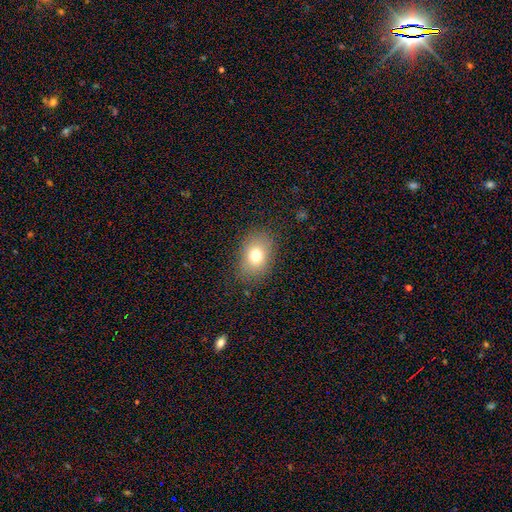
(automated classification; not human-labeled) A smooth galaxy with no disk features (74%) that is in between round and cigar-shaped (71%).

Vote fractions:
- Smooth or featured? smooth: 74% / featured or disk: 14% / star or artifact: 12%
- How rounded? in between: 71% / round: 28% / cigar-shaped: 1%
- Merging? none: 84% / minor disturbance: 11% / major disturbance: 4% / merger: 1%